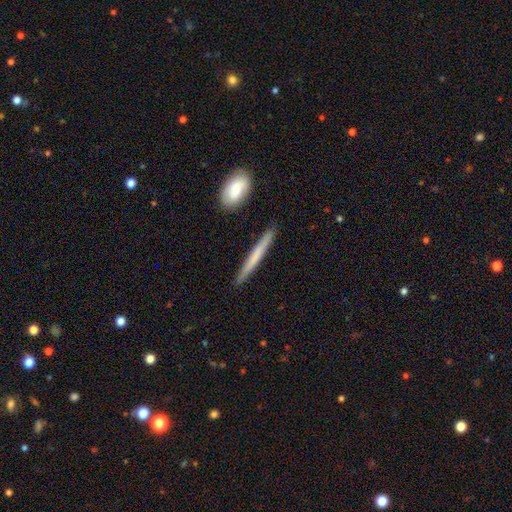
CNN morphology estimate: Smooth or featured? Predicted: smooth (p=0.59). How rounded? Predicted: cigar-shaped (p=0.96). Merging? Predicted: none (p=0.89).